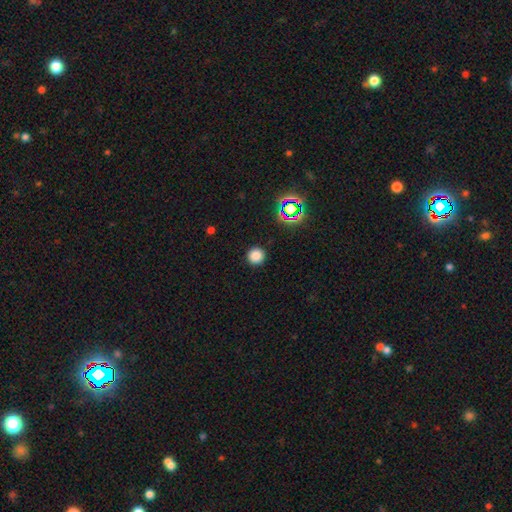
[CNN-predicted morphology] smooth-or-featured: smooth: 80% | star or artifact: 16% | featured or disk: 4%
  how-rounded: round: 95% | in between: 4% | cigar-shaped: 1%
  merging: none: 92% | minor disturbance: 5% | major disturbance: 2% | merger: 1%